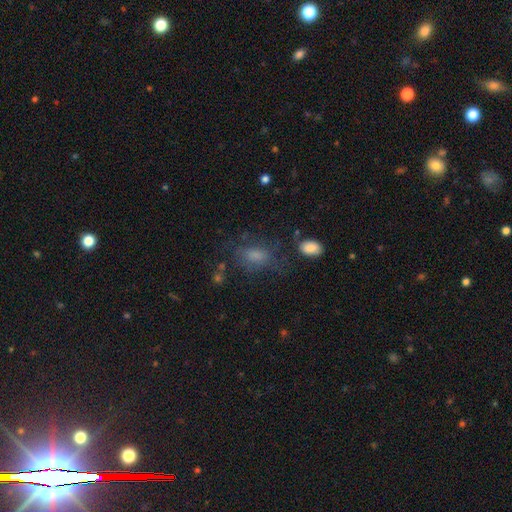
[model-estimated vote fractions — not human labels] A smooth galaxy with no disk features (65%) that is in between round and cigar-shaped (79%). Merging: none (56%).